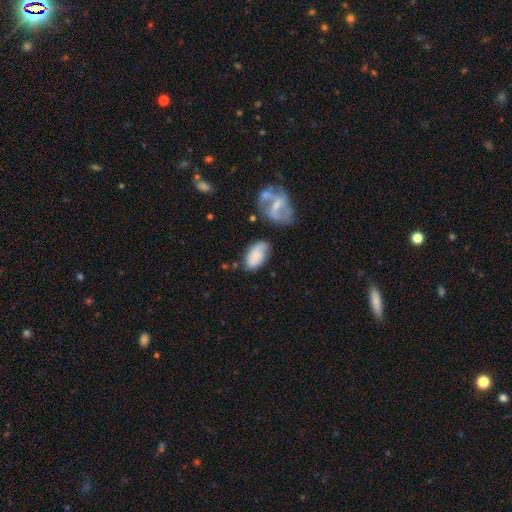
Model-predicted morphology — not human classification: Smooth or featured: smooth — 68% (featured or disk — 24%)
How rounded: in between — 92% (round — 6%)
Merging: none — 57% (minor disturbance — 26%)